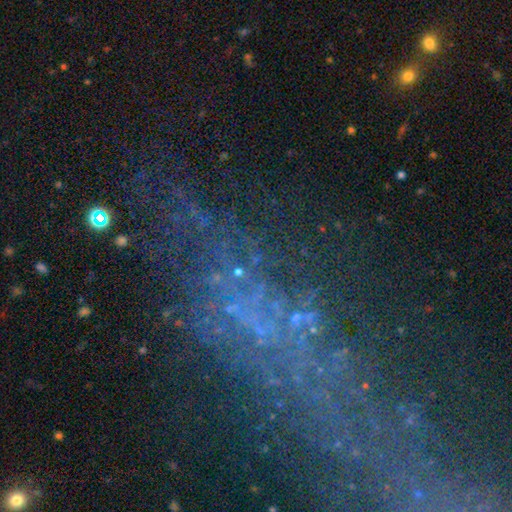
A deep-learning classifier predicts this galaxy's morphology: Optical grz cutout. It shows a star or artifact, not a galaxy (48%).